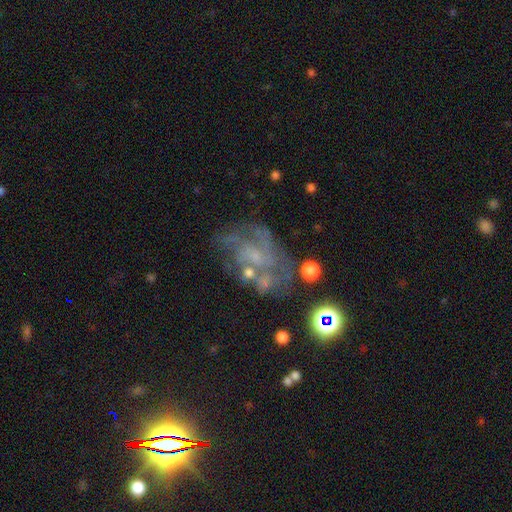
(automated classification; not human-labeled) Smooth or featured? featured or disk (70%)
Edge-on disk? no (97%)
Bar? no (62%)
Spiral arms? yes (78%)
Spiral winding? medium (45%)
Spiral arm count? can't tell (41%)
Bulge size? small (50%)
Merging? none (49%)